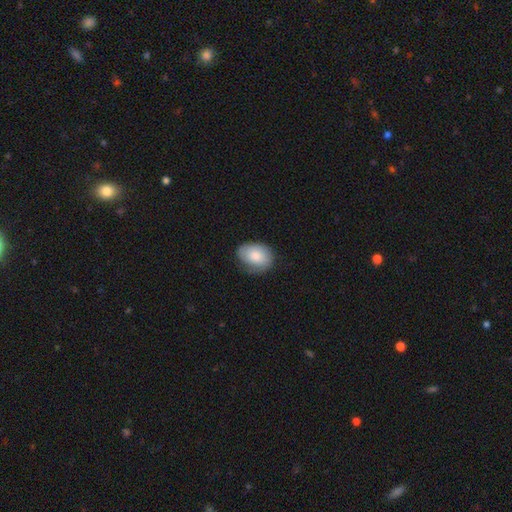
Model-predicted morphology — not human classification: Smooth or featured: smooth — 74% (featured or disk — 20%)
How rounded: in between — 75% (round — 24%)
Merging: none — 69% (minor disturbance — 24%)